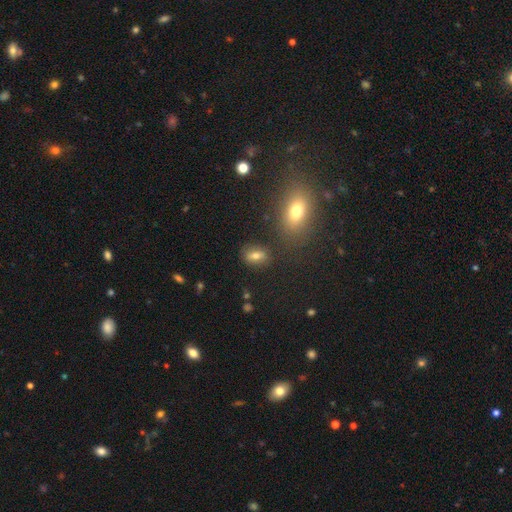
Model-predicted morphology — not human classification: smooth-or-featured: smooth: 68% | featured or disk: 18% | star or artifact: 13%
  how-rounded: in between: 74% | round: 20% | cigar-shaped: 6%
  merging: none: 77% | minor disturbance: 13% | merger: 6% | major disturbance: 4%